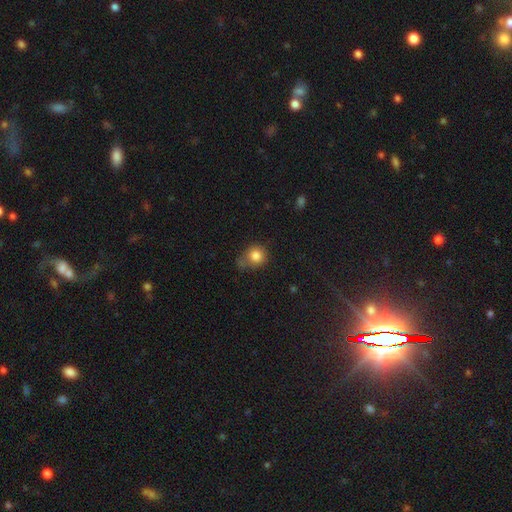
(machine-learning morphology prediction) Overall: smooth (82%). How rounded: round (80%). Merging: none (49%; minor disturbance 31%).